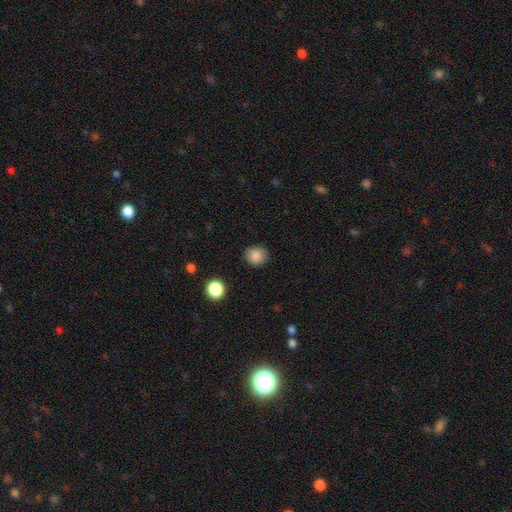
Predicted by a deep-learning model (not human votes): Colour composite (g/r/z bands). It shows a smooth galaxy with no disk features (86%) that is round (85%). Merging: none (87%).